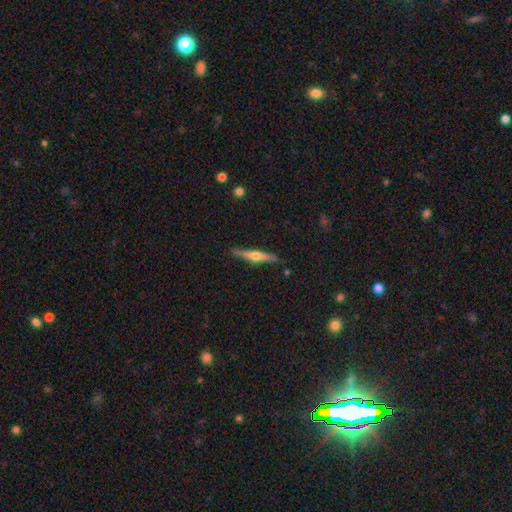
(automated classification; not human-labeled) This is likely a featured or disk galaxy (70%). It is clearly viewed edge-on (98%). Edge-on bulge: clearly rounded (93%). Merging: clearly none (88%).